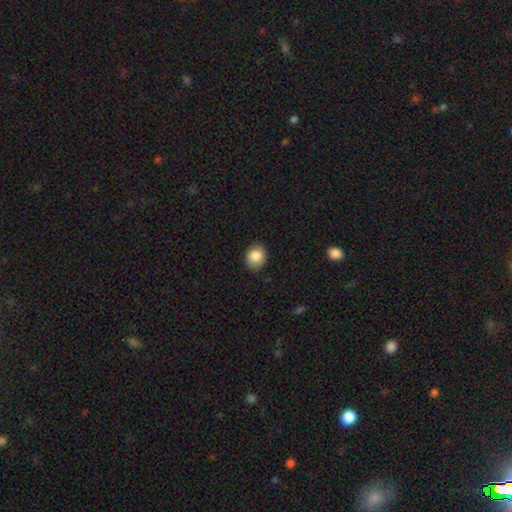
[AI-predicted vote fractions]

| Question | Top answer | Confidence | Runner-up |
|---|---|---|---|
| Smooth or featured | smooth | 84% | star or artifact (8%) |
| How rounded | round | 56% | in between (43%) |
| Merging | none | 86% | minor disturbance (11%) |